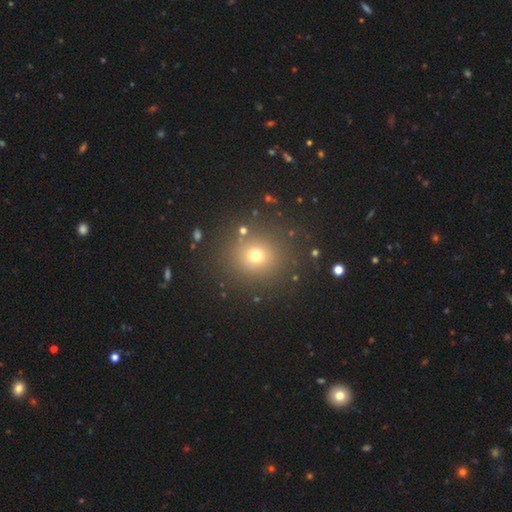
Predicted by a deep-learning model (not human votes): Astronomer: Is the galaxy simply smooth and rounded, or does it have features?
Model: smooth — 69%.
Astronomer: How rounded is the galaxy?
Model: round — 87%.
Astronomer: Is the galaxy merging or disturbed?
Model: none — 85%.